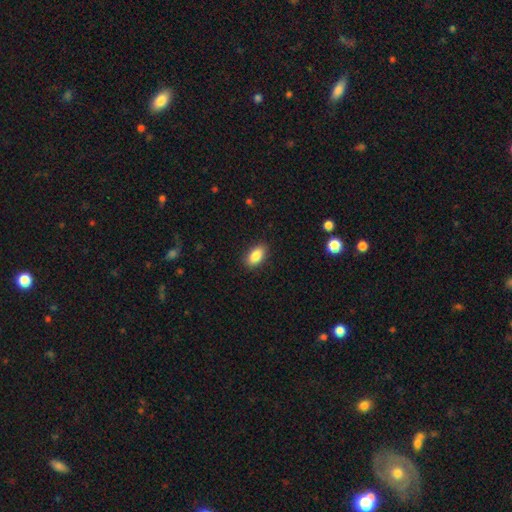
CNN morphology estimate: This is clearly a smooth galaxy (87%). How rounded: clearly in between (91%). Merging: clearly none (88%).